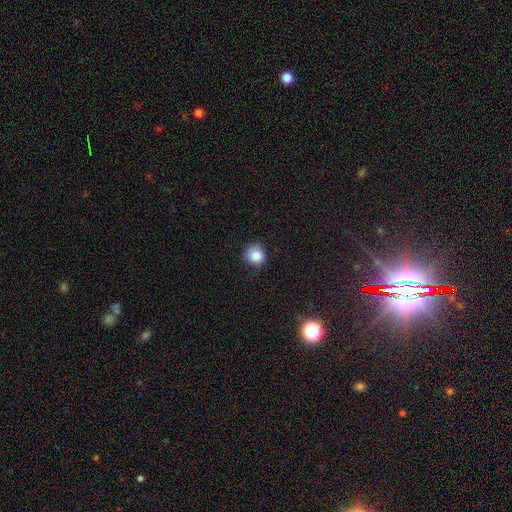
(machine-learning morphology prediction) Smooth or featured? Predicted: smooth (p=0.85). How rounded? Predicted: round (p=0.90). Merging? Predicted: none (p=0.82).